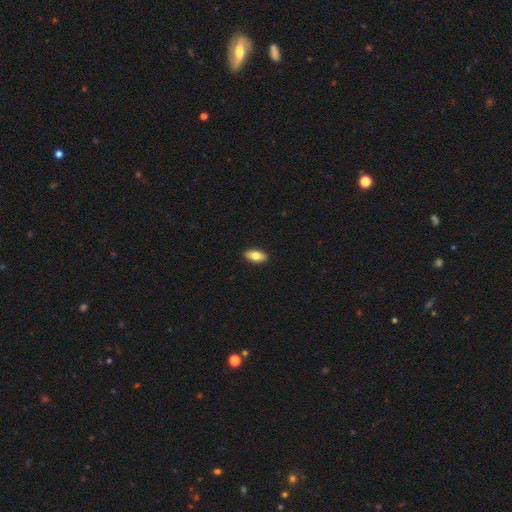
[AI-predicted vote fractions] Smooth or featured?
  - smooth: 79% *
  - featured or disk: 15%
  - star or artifact: 6%
How rounded?
  - in between: 91% *
  - cigar-shaped: 6%
  - round: 3%
Merging?
  - none: 91% *
  - minor disturbance: 6%
  - major disturbance: 1%
  - merger: 1%